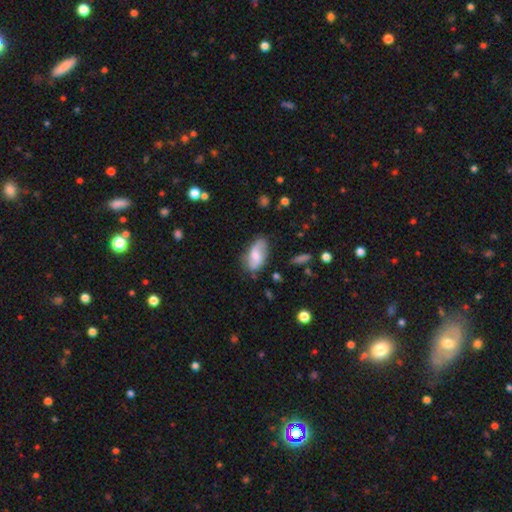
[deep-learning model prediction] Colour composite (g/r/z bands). It shows a smooth galaxy with no disk features (49%). Merging: none (63%).